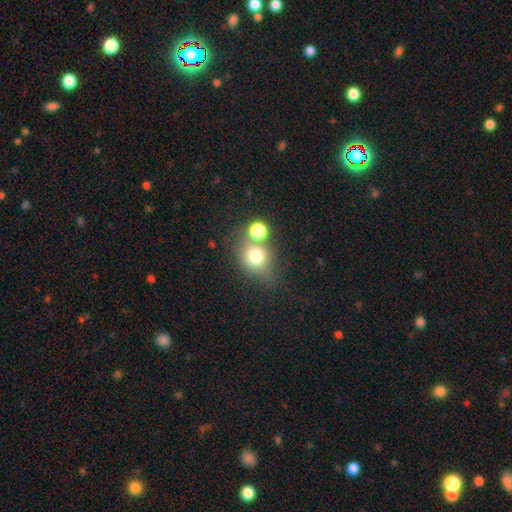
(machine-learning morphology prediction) The model was most divided on "merging": none: 50%, merger: 29%, minor disturbance: 13%, major disturbance: 7%. More confident: smooth or featured — smooth (73%); how rounded — round (70%).